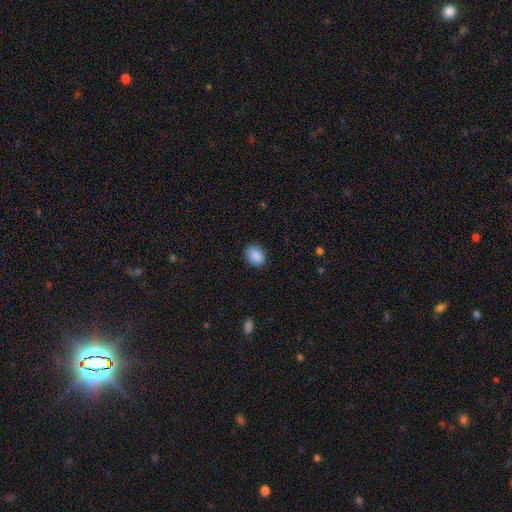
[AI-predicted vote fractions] smooth-or-featured: smooth: 89% | star or artifact: 8% | featured or disk: 3%
  how-rounded: in between: 69% | round: 29% | cigar-shaped: 1%
  merging: none: 85% | minor disturbance: 11% | major disturbance: 3% | merger: 1%